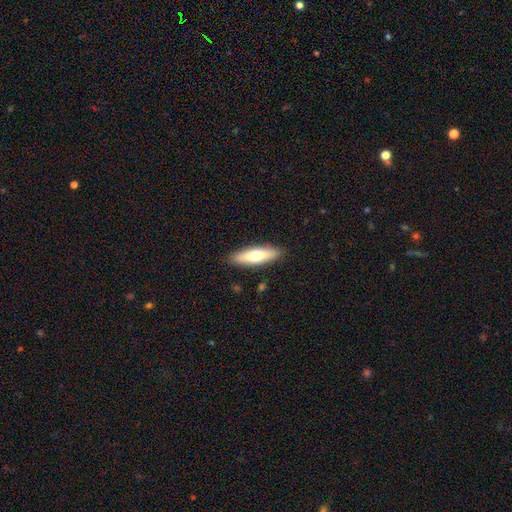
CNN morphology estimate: smooth 66%, featured or disk 28%, star or artifact 6%. Down the decision tree: how rounded — cigar-shaped (62%); merging — none (89%).